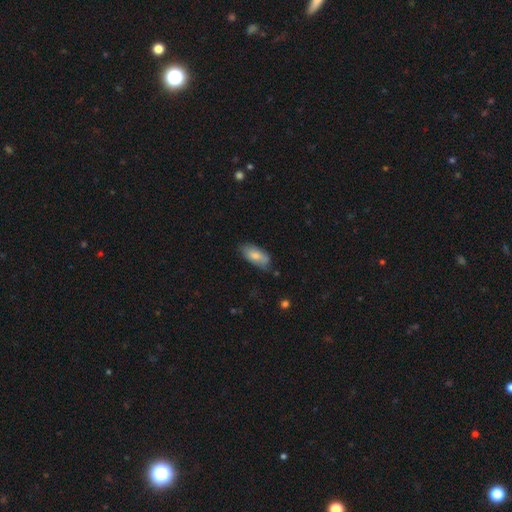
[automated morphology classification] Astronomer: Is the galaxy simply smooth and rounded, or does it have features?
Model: smooth — 77%.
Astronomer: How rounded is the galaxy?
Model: in between — 89%.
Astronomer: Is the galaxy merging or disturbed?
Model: none — 67%.